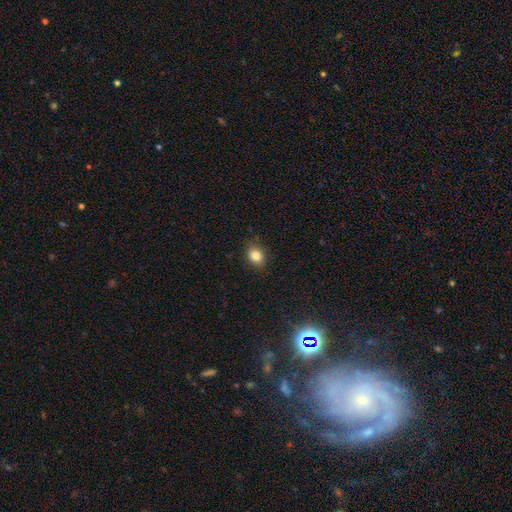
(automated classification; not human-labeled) smooth 83%, star or artifact 11%, featured or disk 6%. Down the decision tree: how rounded — in between (53%); merging — none (81%).